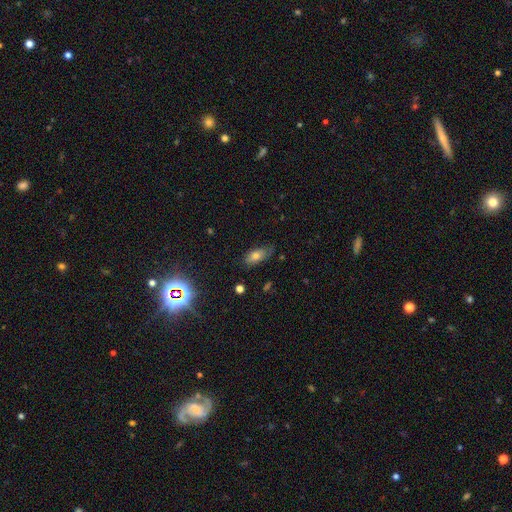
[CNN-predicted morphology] This is likely a smooth galaxy (70%). How rounded: clearly in between (85%). Merging: likely none (65%).